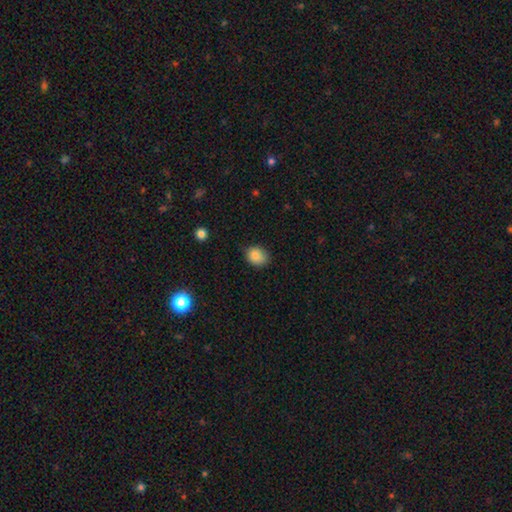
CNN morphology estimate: This is clearly a smooth galaxy (86%). How rounded: possibly in between (50%). Merging: likely none (74%).